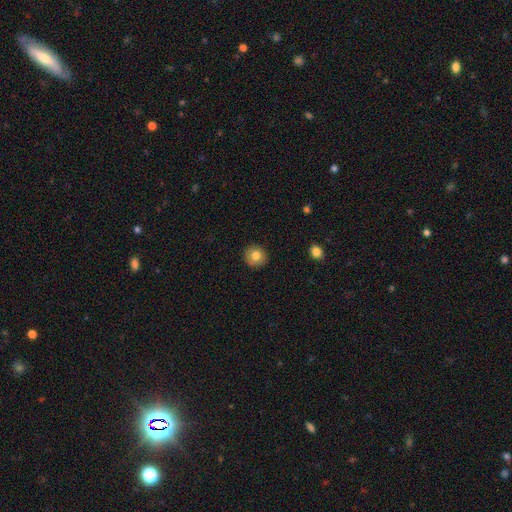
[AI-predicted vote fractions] Overall: smooth (80%). How rounded: round (92%). Merging: none (90%).